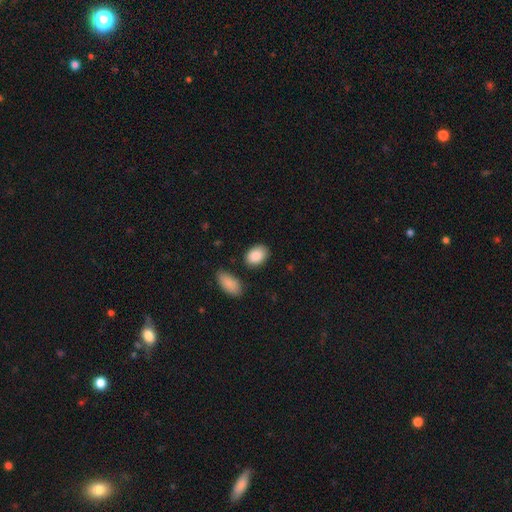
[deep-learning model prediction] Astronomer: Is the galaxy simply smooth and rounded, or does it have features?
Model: smooth — 89%.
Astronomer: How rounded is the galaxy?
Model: in between — 84%.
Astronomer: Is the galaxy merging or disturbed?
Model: none — 82%.